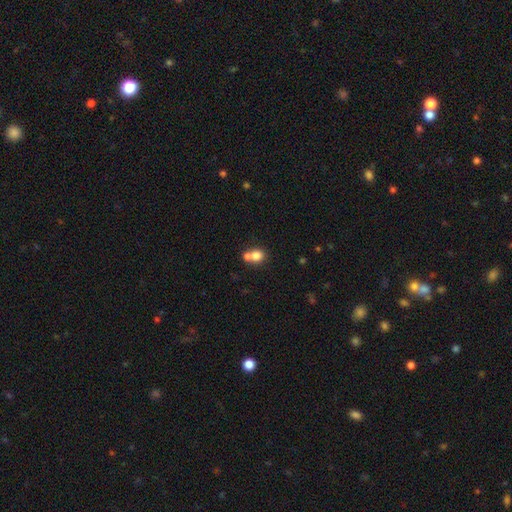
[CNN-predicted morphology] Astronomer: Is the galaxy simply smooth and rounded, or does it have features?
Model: smooth — 78%.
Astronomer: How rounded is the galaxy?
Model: round — 71%.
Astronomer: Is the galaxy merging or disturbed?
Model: merger — 49% (runner-up: none, 41%).